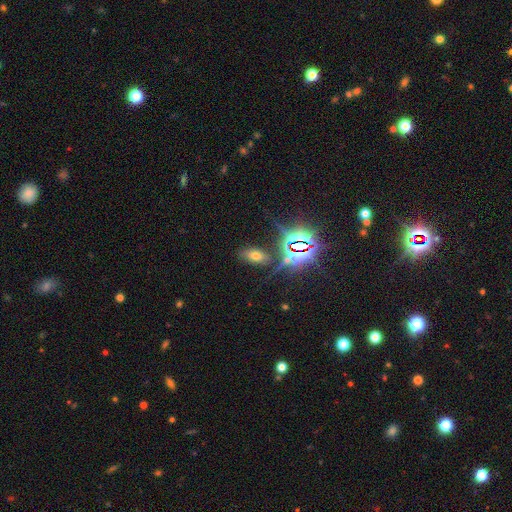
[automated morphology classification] type=smooth (47%); merging=none (79%).